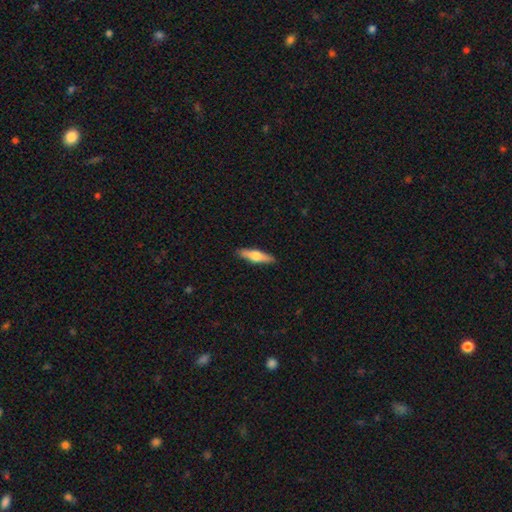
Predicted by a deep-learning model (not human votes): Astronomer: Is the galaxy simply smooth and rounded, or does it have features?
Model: smooth — 52% (runner-up: featured or disk, 43%).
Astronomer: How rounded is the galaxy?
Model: cigar-shaped — 70%.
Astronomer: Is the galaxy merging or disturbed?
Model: none — 91%.